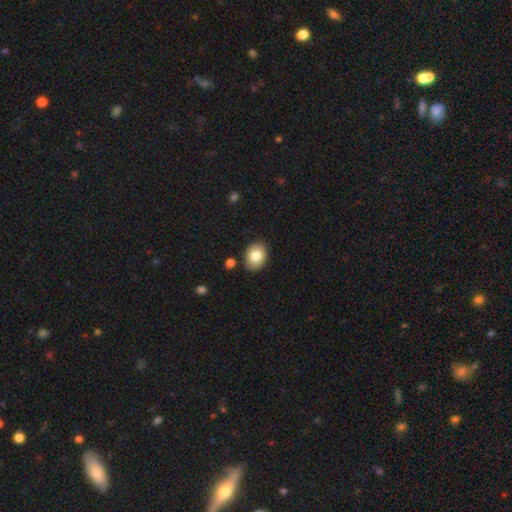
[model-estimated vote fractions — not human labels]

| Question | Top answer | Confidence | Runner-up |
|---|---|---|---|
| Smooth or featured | smooth | 83% | featured or disk (9%) |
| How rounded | in between | 69% | round (30%) |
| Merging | none | 84% | minor disturbance (11%) |